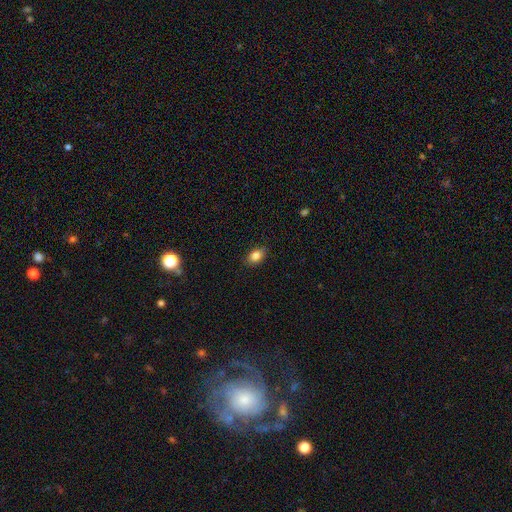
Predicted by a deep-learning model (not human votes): A smooth galaxy with no disk features (84%) that is in between round and cigar-shaped (81%). Merging: none (85%).